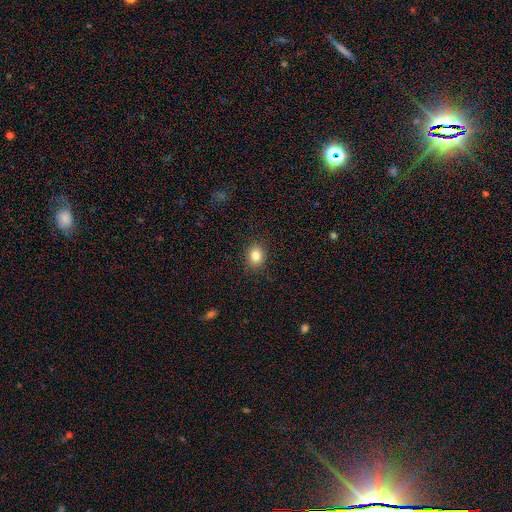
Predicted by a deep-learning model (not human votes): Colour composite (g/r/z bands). It shows a smooth galaxy with no disk features (82%) that is round (62%). Merging: none (89%).